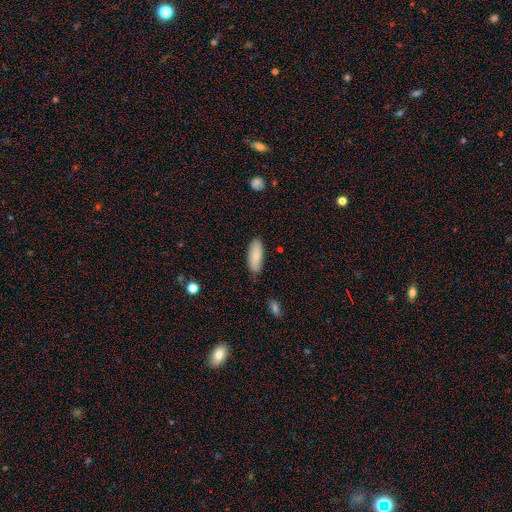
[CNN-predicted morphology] smooth-or-featured: smooth: 81% | featured or disk: 13% | star or artifact: 6%
  how-rounded: in between: 79% | cigar-shaped: 19% | round: 2%
  merging: none: 78% | minor disturbance: 17% | major disturbance: 3% | merger: 2%